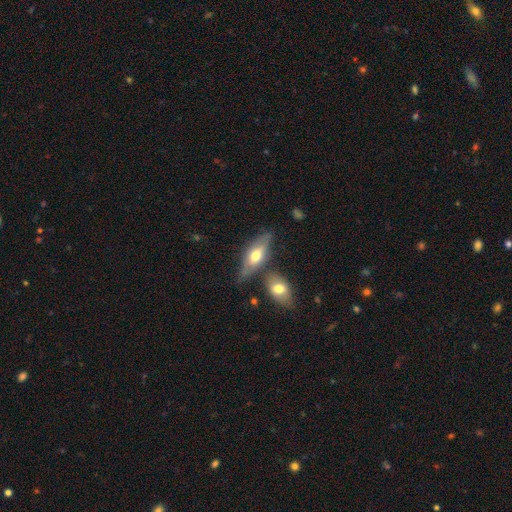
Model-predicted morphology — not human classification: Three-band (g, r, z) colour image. It shows a smooth galaxy with no disk features (50%). Merging: none (62%).